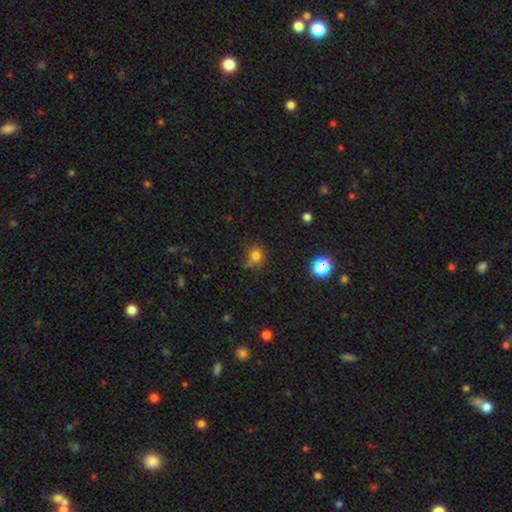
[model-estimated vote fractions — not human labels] Smooth or featured? smooth (77%)
How rounded? round (78%)
Merging? none (63%)